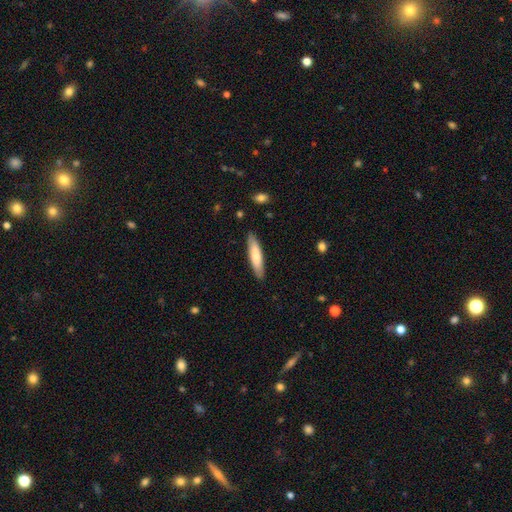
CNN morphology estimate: Overall: smooth (76%). How rounded: cigar-shaped (81%). Merging: none (88%).